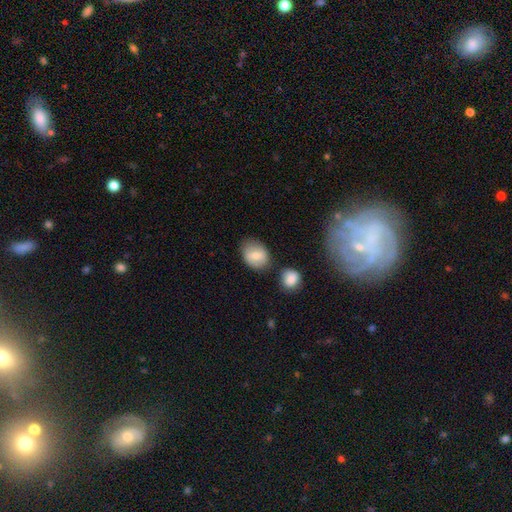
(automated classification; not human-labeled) smooth_or_featured: smooth (p=0.73) [alt: featured or disk p=0.20]
how_rounded: in between (p=0.57) [alt: round p=0.41]
merging: none (p=0.69) [alt: minor disturbance p=0.17]